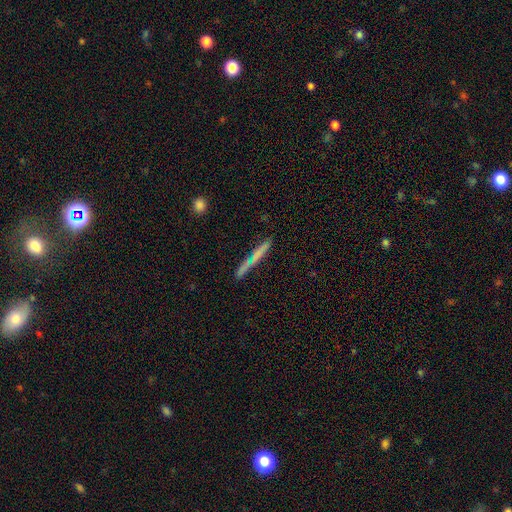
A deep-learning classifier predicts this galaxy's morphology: smooth 62%, featured or disk 31%, star or artifact 7%. Down the decision tree: how rounded — cigar-shaped (95%); merging — none (82%).